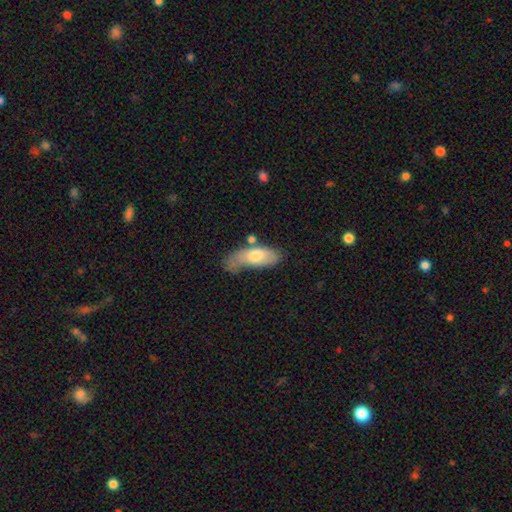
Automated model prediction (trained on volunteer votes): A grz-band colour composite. It shows a smooth galaxy with no disk features (68%) that is in between round and cigar-shaped (80%). Merging: minor disturbance (33%).